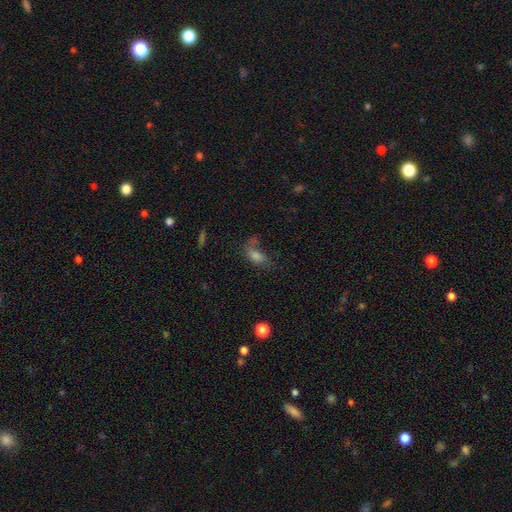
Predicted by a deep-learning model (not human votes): Q: Smooth or featured?
A: smooth (61%); runner-up: featured or disk (20%)
Q: How rounded?
A: in between (82%); runner-up: round (11%)
Q: Merging?
A: none (38%); runner-up: major disturbance (26%)